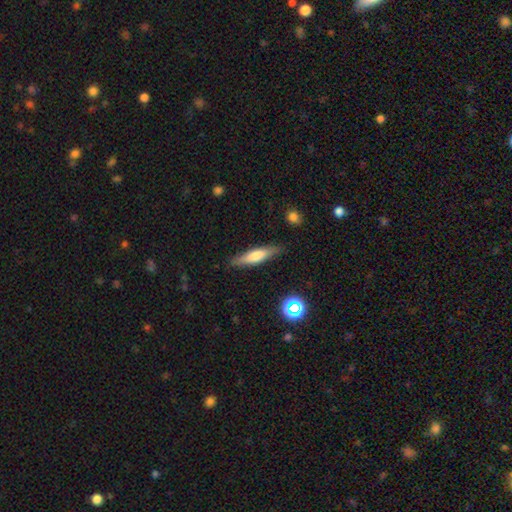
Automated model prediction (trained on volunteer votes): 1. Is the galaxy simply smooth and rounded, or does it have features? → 57% smooth, 36% featured or disk, 7% star or artifact.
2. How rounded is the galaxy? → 78% cigar-shaped, 21% in between, 2% round.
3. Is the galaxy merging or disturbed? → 86% none, 11% minor disturbance, 2% major disturbance, 1% merger.